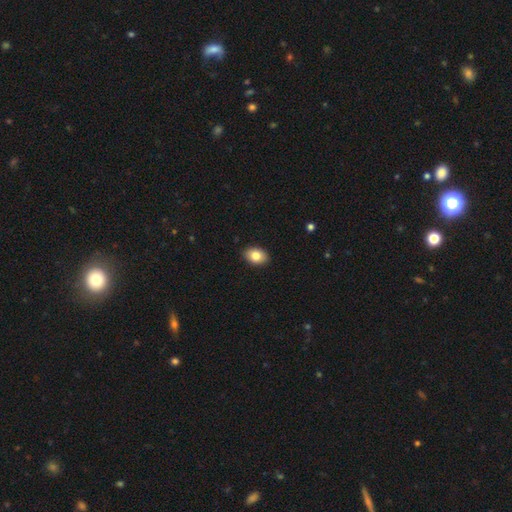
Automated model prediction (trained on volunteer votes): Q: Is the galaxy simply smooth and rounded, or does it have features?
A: smooth — 83%.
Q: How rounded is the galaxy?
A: in between — 79%.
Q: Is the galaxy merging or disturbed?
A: none — 90%.